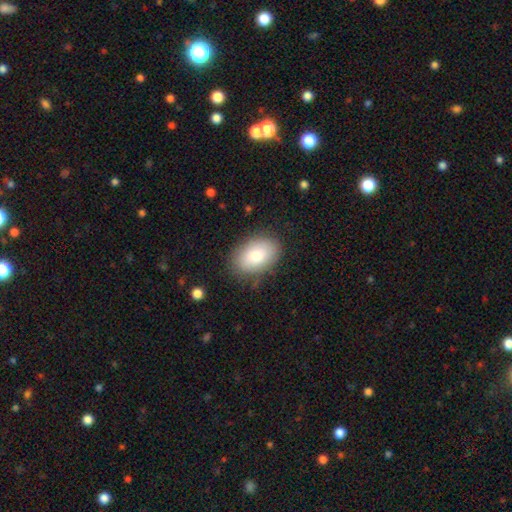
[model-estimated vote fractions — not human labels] Smooth or featured?
  - smooth: 80% *
  - featured or disk: 13%
  - star or artifact: 7%
How rounded?
  - in between: 87% *
  - round: 12%
  - cigar-shaped: 1%
Merging?
  - none: 83% *
  - minor disturbance: 13%
  - major disturbance: 3%
  - merger: 1%